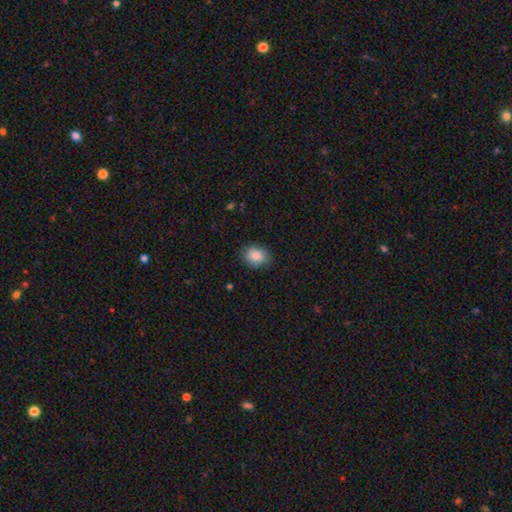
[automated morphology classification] Smooth or featured? Predicted: smooth (p=0.87). How rounded? Predicted: in between (p=0.58). Merging? Predicted: none (p=0.84).